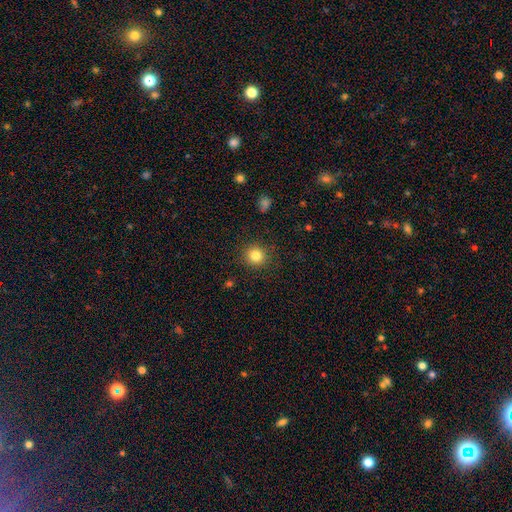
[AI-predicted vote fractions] A smooth galaxy with no disk features (82%) that is round (92%).

Vote fractions:
- Smooth or featured? smooth: 82% / star or artifact: 12% / featured or disk: 6%
- How rounded? round: 92% / in between: 8% / cigar-shaped: 1%
- Merging? none: 90% / minor disturbance: 6% / major disturbance: 2% / merger: 1%